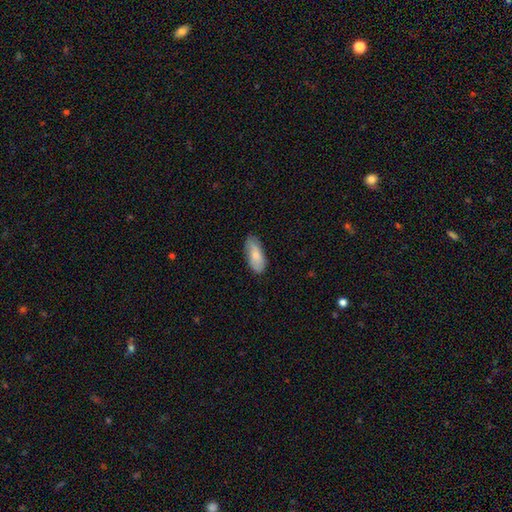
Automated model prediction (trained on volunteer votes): smooth_or_featured: smooth (p=0.77) [alt: featured or disk p=0.17]
how_rounded: in between (p=0.82) [alt: cigar-shaped p=0.15]
merging: none (p=0.78) [alt: minor disturbance p=0.18]